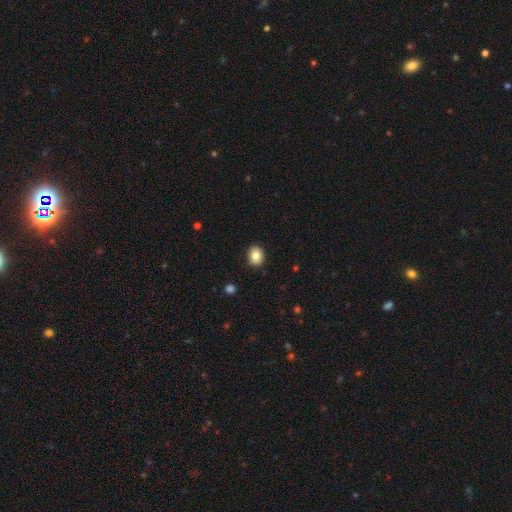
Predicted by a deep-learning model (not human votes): Smooth or featured: smooth — 82% (featured or disk — 9%)
How rounded: round — 55% (in between — 44%)
Merging: none — 89% (minor disturbance — 8%)